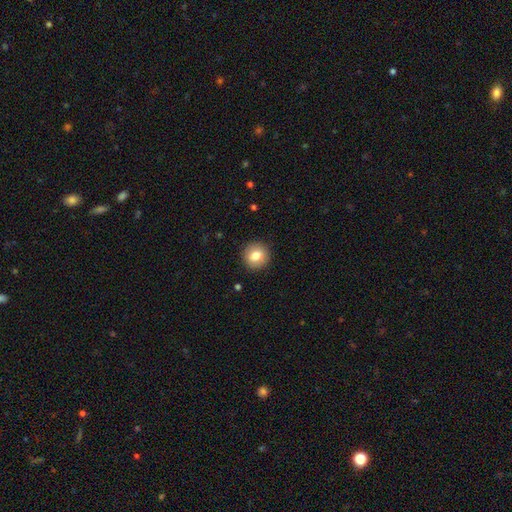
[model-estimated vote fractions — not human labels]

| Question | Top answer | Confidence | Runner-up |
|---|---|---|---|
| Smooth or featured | smooth | 80% | featured or disk (12%) |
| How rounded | round | 92% | in between (7%) |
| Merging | none | 90% | minor disturbance (7%) |